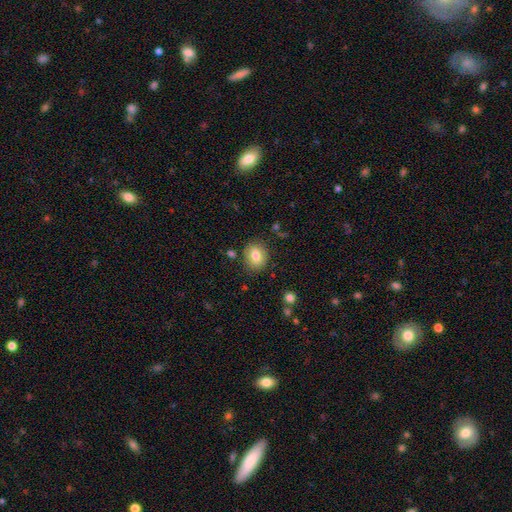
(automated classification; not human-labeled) smooth-or-featured: smooth: 79% | featured or disk: 12% | star or artifact: 9%
  how-rounded: round: 52% | in between: 48% | cigar-shaped: 1%
  merging: none: 83% | minor disturbance: 12% | major disturbance: 3% | merger: 2%